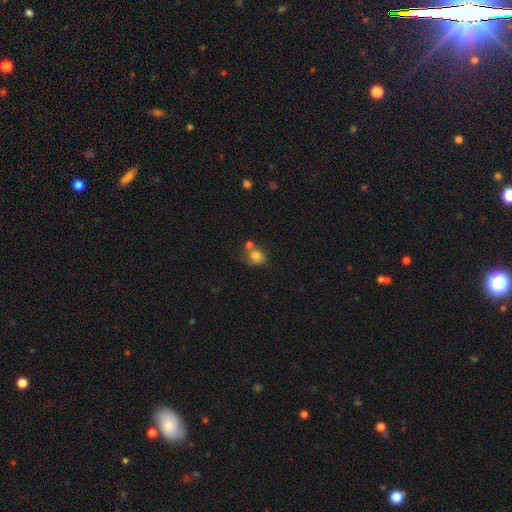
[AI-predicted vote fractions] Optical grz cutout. It shows a smooth galaxy with no disk features (80%) that is round (62%). Merging: none (46%).